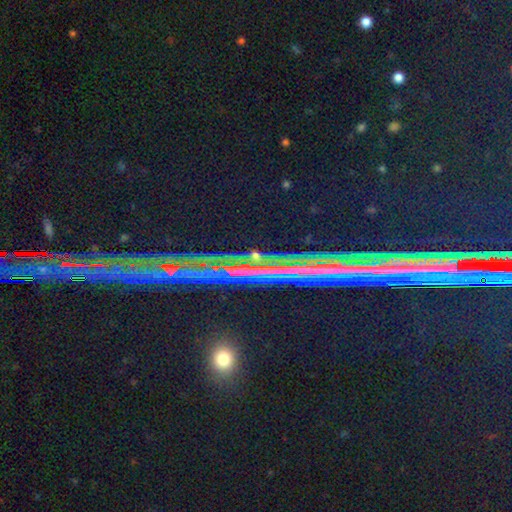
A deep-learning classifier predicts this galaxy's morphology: Smooth or featured? Predicted: star or artifact (p=0.79).